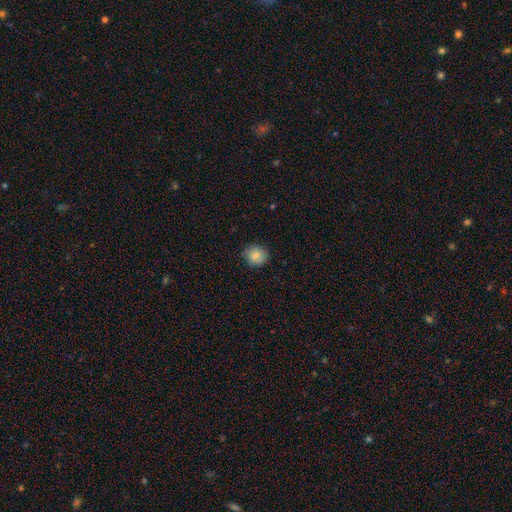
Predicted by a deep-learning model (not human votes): This is clearly a smooth galaxy (84%). How rounded: clearly round (82%). Merging: clearly none (85%).